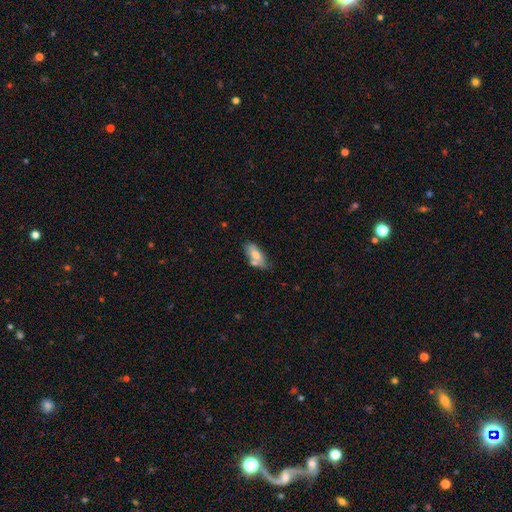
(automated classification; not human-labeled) Smooth or featured: smooth — 69% (featured or disk — 24%)
How rounded: in between — 82% (cigar-shaped — 15%)
Merging: none — 53% (minor disturbance — 22%)